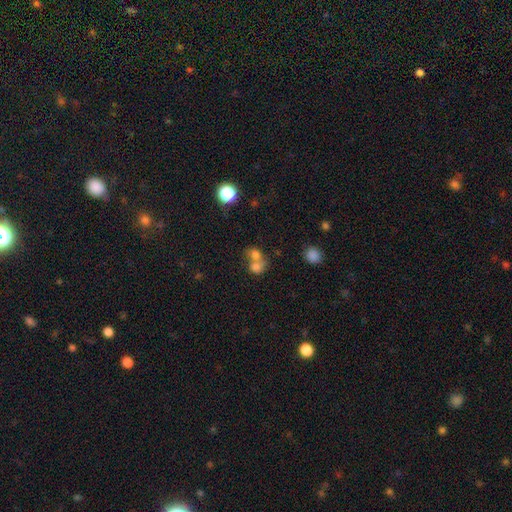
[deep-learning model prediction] Smooth or featured?
  - smooth: 73% *
  - featured or disk: 14%
  - star or artifact: 13%
How rounded?
  - round: 62% *
  - in between: 37%
  - cigar-shaped: 1%
Merging?
  - merger: 66% *
  - none: 24%
  - minor disturbance: 6%
  - major disturbance: 4%